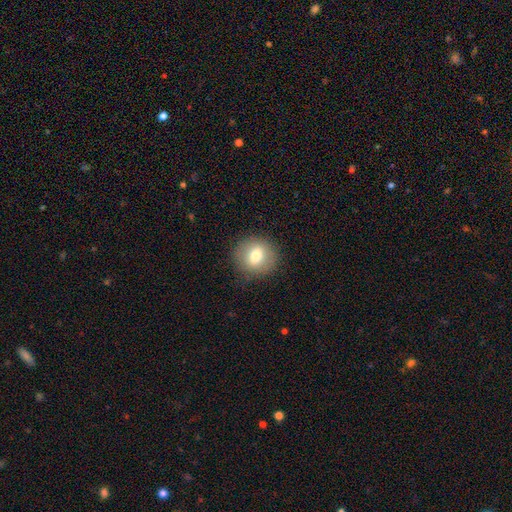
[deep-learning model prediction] A smooth galaxy with no disk features (74%) that is round (86%). Merging: none (87%).